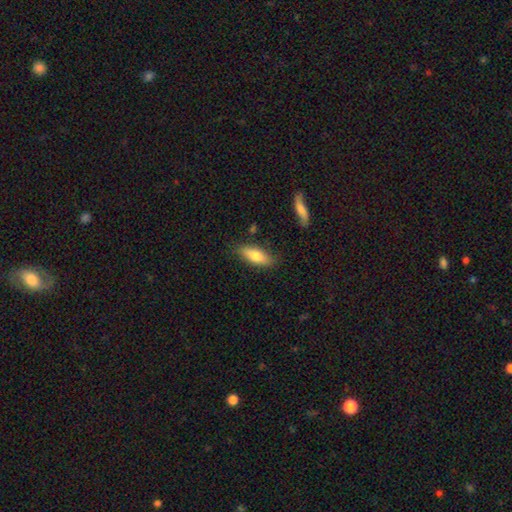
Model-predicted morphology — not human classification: Smooth or featured? Predicted: smooth (p=0.74). How rounded? Predicted: in between (p=0.67). Merging? Predicted: none (p=0.81).